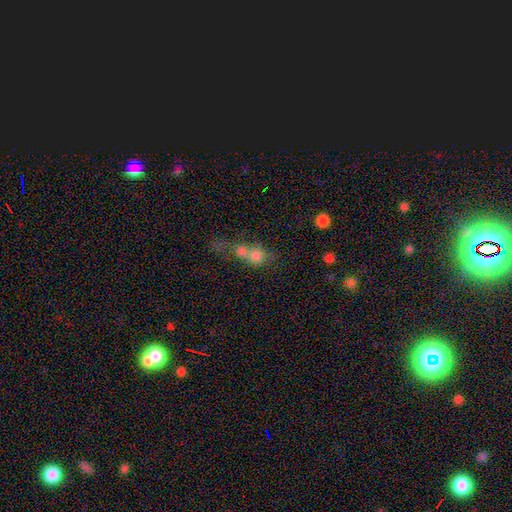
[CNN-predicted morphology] smooth-or-featured: smooth: 72% | featured or disk: 17% | star or artifact: 11%
  how-rounded: round: 68% | in between: 29% | cigar-shaped: 3%
  merging: merger: 73% | none: 16% | major disturbance: 6% | minor disturbance: 5%